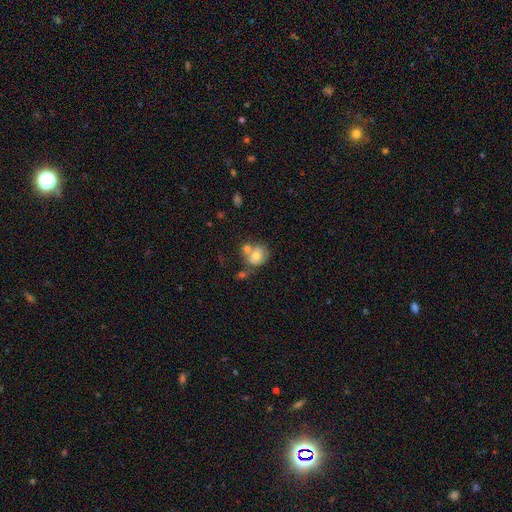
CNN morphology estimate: This is likely a smooth galaxy (64%). How rounded: likely round (62%). Merging: marginally merger (40%).